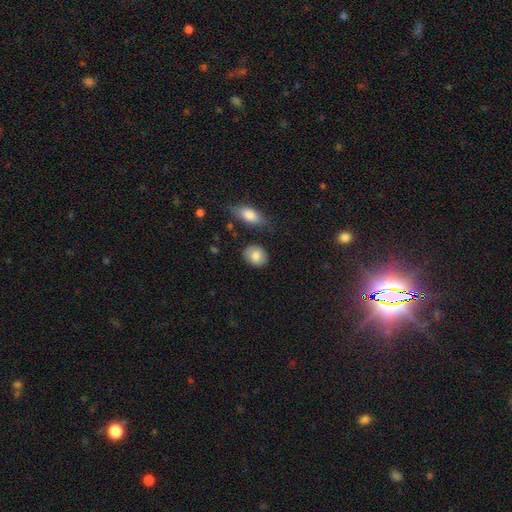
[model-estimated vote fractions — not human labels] Smooth or featured: smooth — 82% (featured or disk — 11%)
How rounded: round — 55% (in between — 43%)
Merging: none — 82% (minor disturbance — 12%)